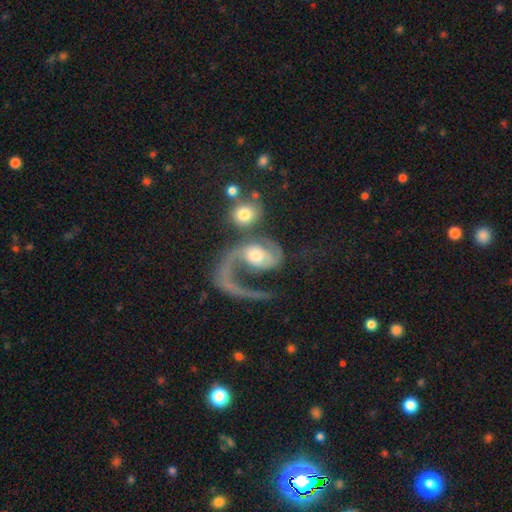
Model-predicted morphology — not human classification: This is likely a featured or disk galaxy (79%). It is clearly not viewed edge-on (97%). Bar: likely no (65%). Spiral arm pattern: clearly yes (89%). Spiral arm count: likely 1 (69%). Spiral winding: possibly loose (58%). Central bulge: likely moderate (62%). Merging: marginally major disturbance (37%).